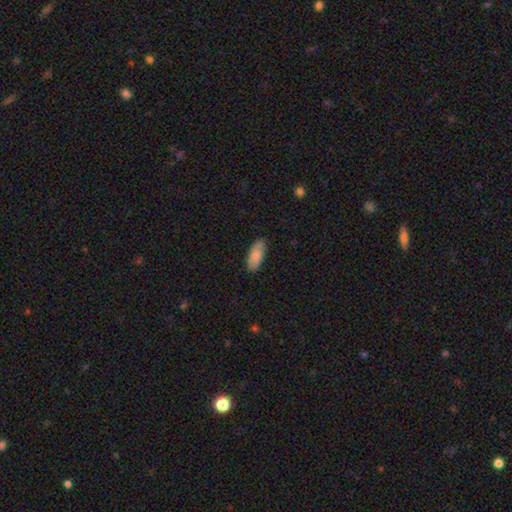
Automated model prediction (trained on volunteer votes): smooth_or_featured: smooth (p=0.84) [alt: featured or disk p=0.10]
how_rounded: in between (p=0.81) [alt: cigar-shaped p=0.18]
merging: none (p=0.80) [alt: minor disturbance p=0.15]